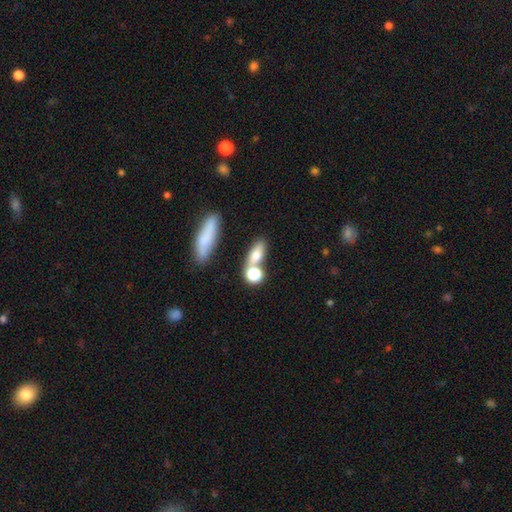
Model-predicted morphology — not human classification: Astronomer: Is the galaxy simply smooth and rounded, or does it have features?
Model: smooth — 70%.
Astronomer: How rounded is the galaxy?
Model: in between — 56%.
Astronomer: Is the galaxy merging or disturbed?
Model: none — 53% (runner-up: merger, 30%).